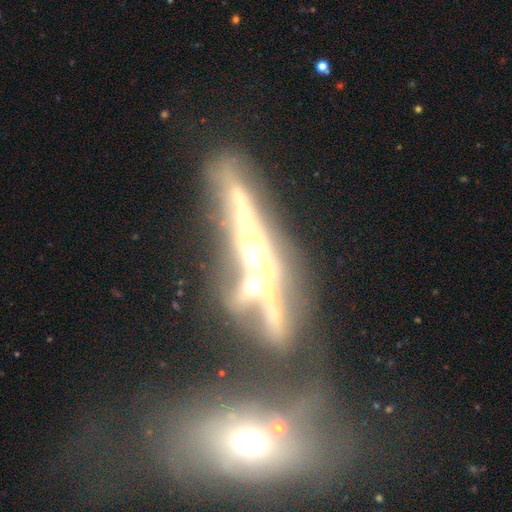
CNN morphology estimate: Smooth or featured: featured or disk — 79% (smooth — 11%)
Edge-on disk: yes — 81% (no — 19%)
Edge-on bulge: rounded — 76% (none — 13%)
Merging: merger — 41% (none — 32%)